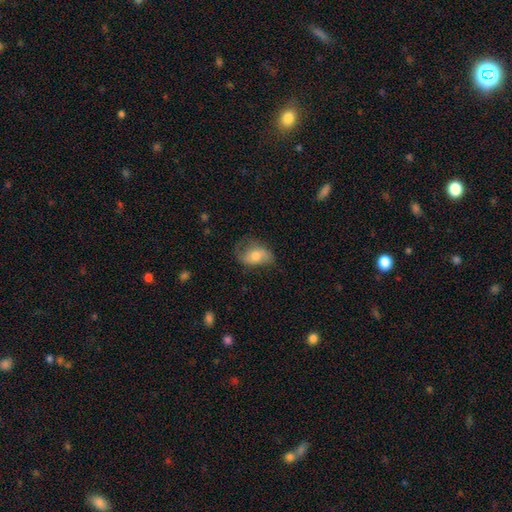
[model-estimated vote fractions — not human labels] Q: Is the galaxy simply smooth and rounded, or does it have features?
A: smooth — 49%.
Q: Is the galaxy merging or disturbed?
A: none — 52%.